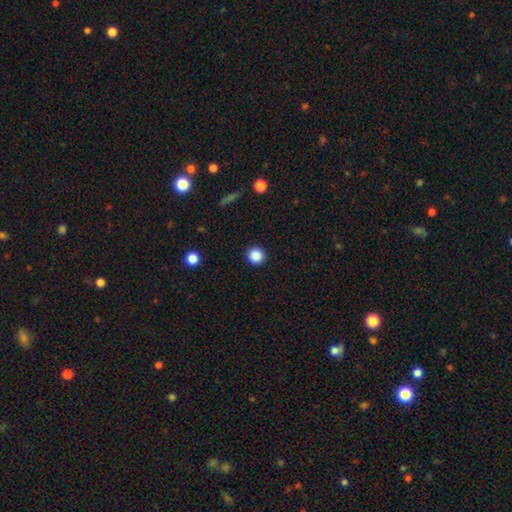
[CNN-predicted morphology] Smooth or featured? Predicted: smooth (p=0.87). How rounded? Predicted: round (p=0.91). Merging? Predicted: none (p=0.92).